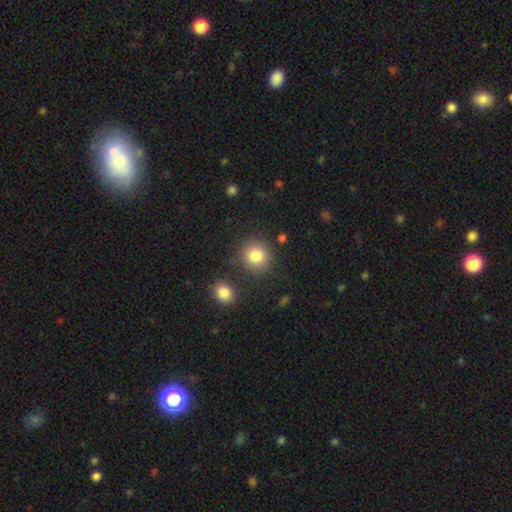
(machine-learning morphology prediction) This appears to be a smooth galaxy with no disk features (84%) that is round (88%). Merging: none (82%).